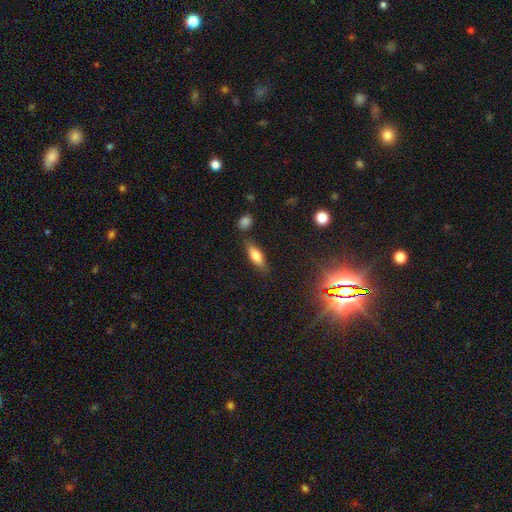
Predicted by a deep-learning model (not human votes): Smooth or featured: smooth — 73% (featured or disk — 19%)
How rounded: in between — 64% (cigar-shaped — 33%)
Merging: none — 77% (minor disturbance — 14%)